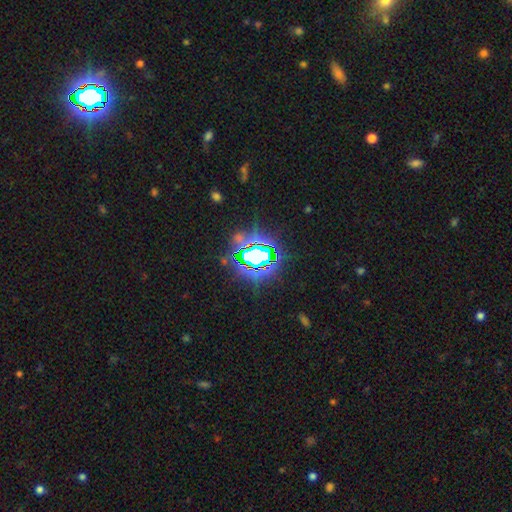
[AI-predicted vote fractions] smooth-or-featured: star or artifact: 77% | smooth: 12% | featured or disk: 11%